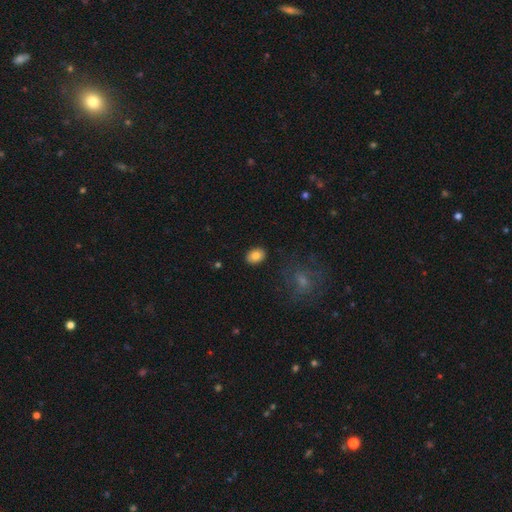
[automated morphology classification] Smooth or featured: smooth — 83% (star or artifact — 9%)
How rounded: in between — 67% (round — 32%)
Merging: none — 88% (minor disturbance — 9%)